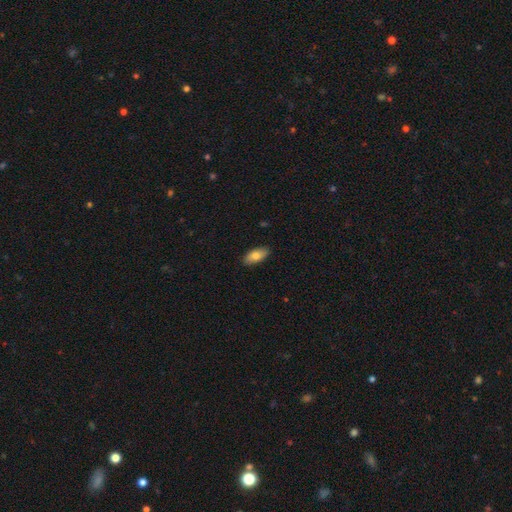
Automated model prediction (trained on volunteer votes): smooth 78%, featured or disk 15%, star or artifact 7%. Down the decision tree: how rounded — in between (87%); merging — none (88%).